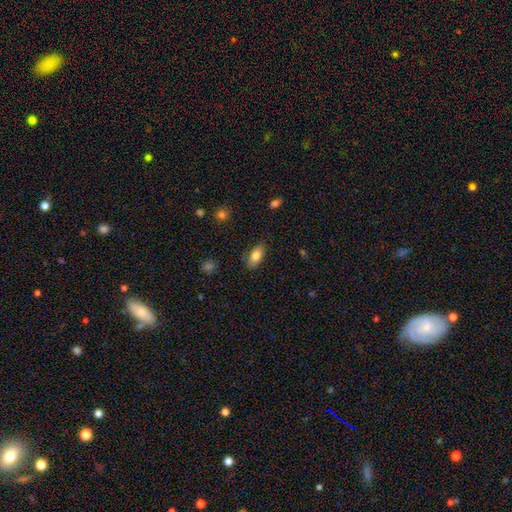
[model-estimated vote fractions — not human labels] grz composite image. It shows a smooth galaxy with no disk features (80%) that is in between round and cigar-shaped (88%). Merging: none (83%).